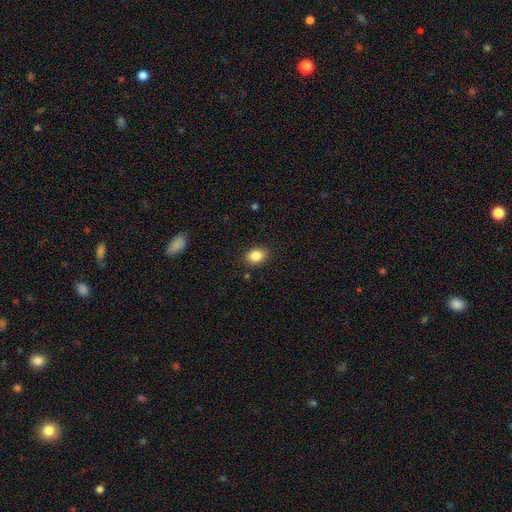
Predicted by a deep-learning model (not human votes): Smooth or featured? Predicted: smooth (p=0.85). How rounded? Predicted: in between (p=0.66). Merging? Predicted: none (p=0.86).